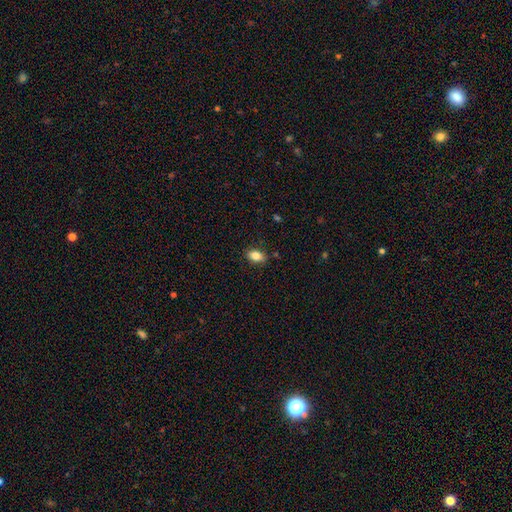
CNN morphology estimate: This appears to be a smooth galaxy with no disk features (84%) that is in between round and cigar-shaped (85%). Merging: none (84%).